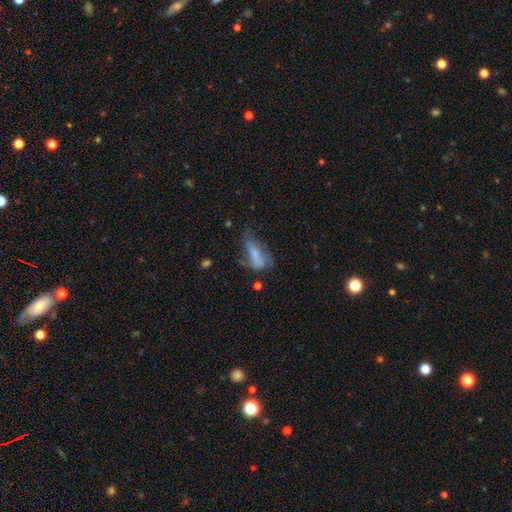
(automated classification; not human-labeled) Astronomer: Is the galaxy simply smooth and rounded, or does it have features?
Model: smooth — 56% (runner-up: featured or disk, 34%).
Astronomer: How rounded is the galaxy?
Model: in between — 71%.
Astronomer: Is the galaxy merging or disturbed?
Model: none — 35% (runner-up: minor disturbance, 29%).